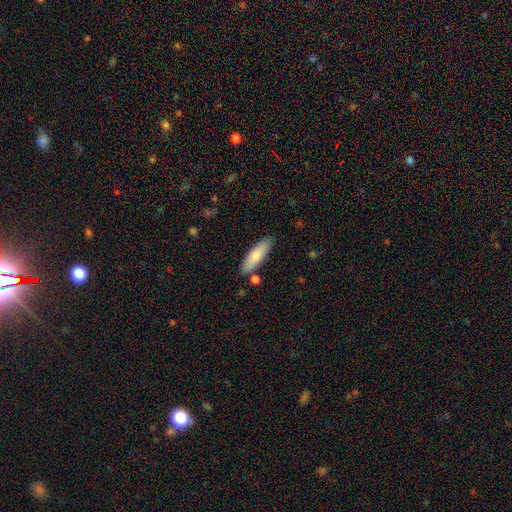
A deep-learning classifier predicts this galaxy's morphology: This is likely a smooth galaxy (78%). How rounded: possibly cigar-shaped (53%). Merging: clearly none (83%).